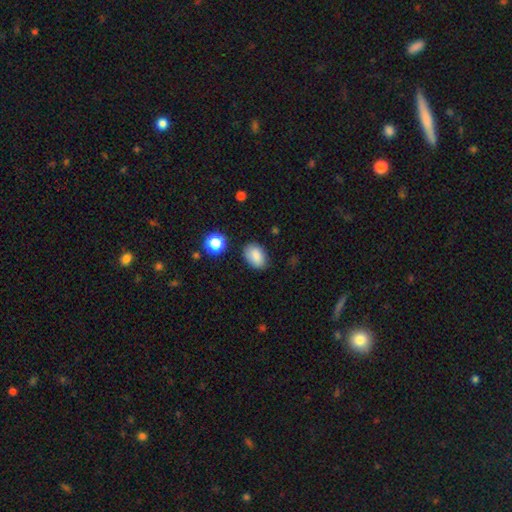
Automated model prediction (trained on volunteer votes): Smooth or featured: smooth — 86% (star or artifact — 8%)
How rounded: in between — 84% (round — 14%)
Merging: none — 79% (minor disturbance — 15%)